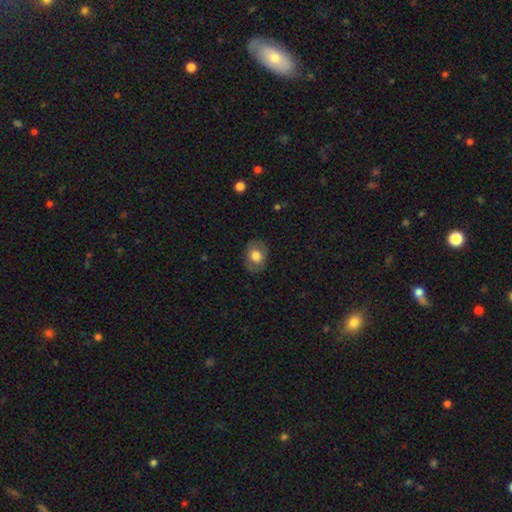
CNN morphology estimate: smooth 65%, featured or disk 28%, star or artifact 8%. Down the decision tree: how rounded — in between (61%); merging — none (79%).